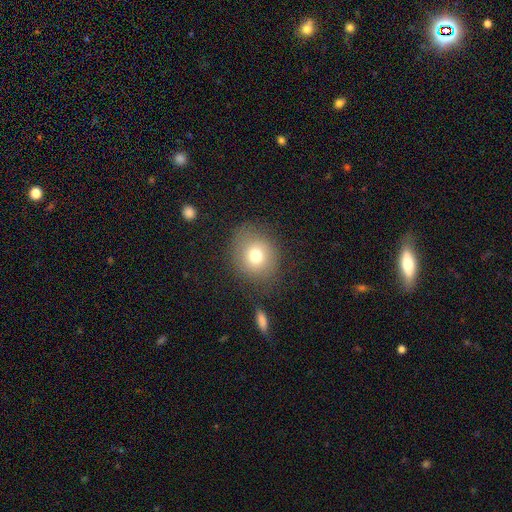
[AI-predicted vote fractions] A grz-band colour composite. It shows a smooth galaxy with no disk features (73%) that is round (75%). Merging: none (75%).